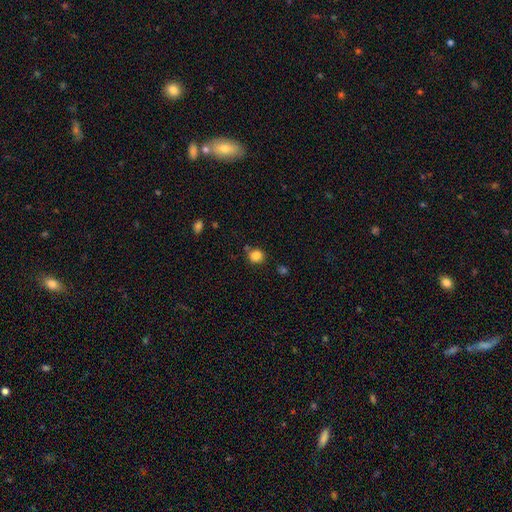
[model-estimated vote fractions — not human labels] Q: Smooth or featured?
A: smooth (85%); runner-up: star or artifact (11%)
Q: How rounded?
A: round (86%); runner-up: in between (13%)
Q: Merging?
A: none (76%); runner-up: minor disturbance (14%)